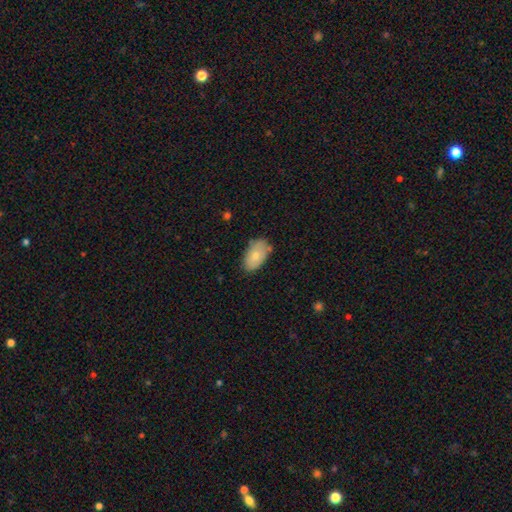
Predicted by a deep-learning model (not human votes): Overall: smooth (75%). How rounded: in between (93%). Merging: none (71%).